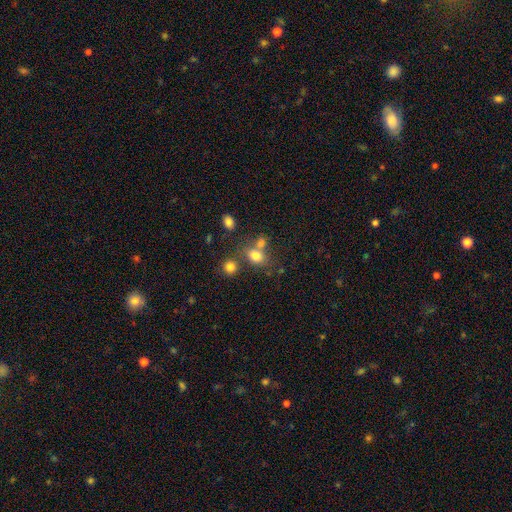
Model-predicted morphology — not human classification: This is likely a smooth galaxy (77%). How rounded: possibly in between (57%). Merging: possibly none (51%).